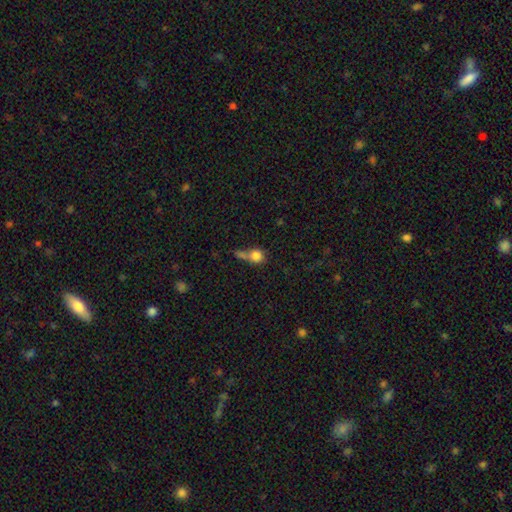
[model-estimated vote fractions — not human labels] A smooth galaxy with no disk features (79%) that is round (81%).

Vote fractions:
- Smooth or featured? smooth: 79% / featured or disk: 11% / star or artifact: 10%
- How rounded? round: 81% / in between: 17% / cigar-shaped: 2%
- Merging? merger: 43% / none: 34% / minor disturbance: 12% / major disturbance: 11%